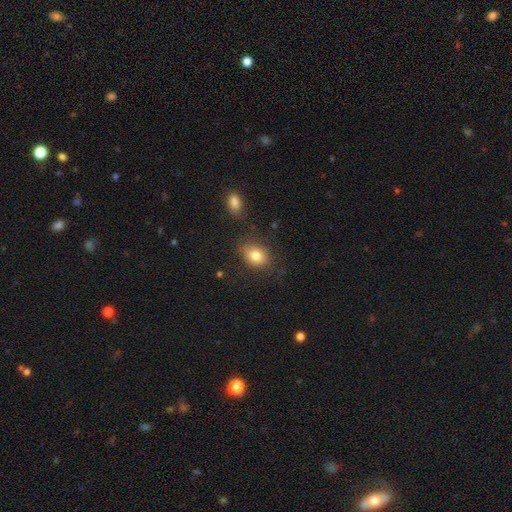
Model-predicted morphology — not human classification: This appears to be a smooth galaxy with no disk features (81%) that is in between round and cigar-shaped (59%). Merging: none (71%).